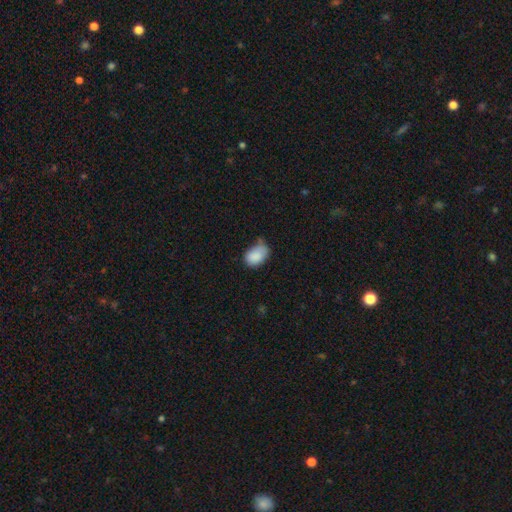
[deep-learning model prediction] The model was most divided on "merging": none: 44%, minor disturbance: 40%, major disturbance: 10%, merger: 6%. More confident: smooth or featured — smooth (86%); how rounded — in between (84%).